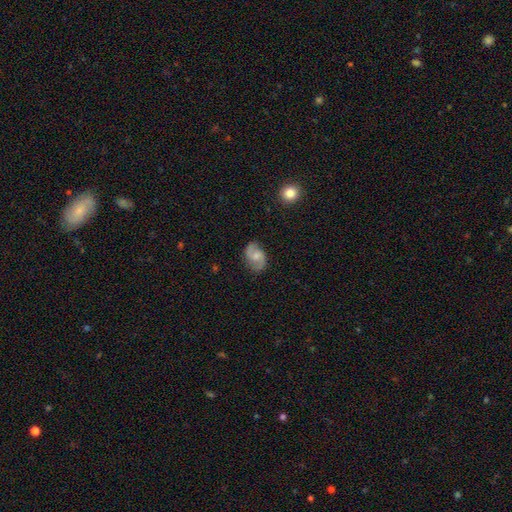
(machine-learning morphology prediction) Smooth or featured: featured or disk — 74% (smooth — 19%)
Edge-on disk: no — 98% (yes — 2%)
Bar: no — 49% (weak — 44%)
Spiral arms: yes — 95% (no — 5%)
Spiral winding: medium — 48% (loose — 37%)
Spiral arm count: 2 — 92% (can't tell — 3%)
Bulge size: moderate — 43% (small — 41%)
Merging: none — 80% (minor disturbance — 15%)